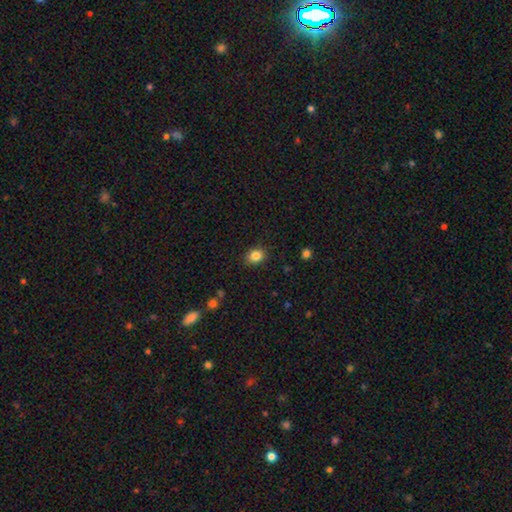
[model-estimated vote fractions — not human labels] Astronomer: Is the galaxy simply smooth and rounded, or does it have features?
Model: smooth — 84%.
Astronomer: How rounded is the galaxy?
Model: round — 62%.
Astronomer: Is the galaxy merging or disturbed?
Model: none — 87%.